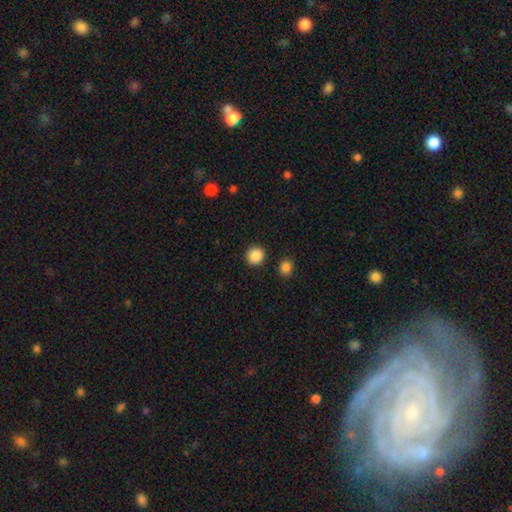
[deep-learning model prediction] This appears to be a smooth galaxy with no disk features (88%) that is round (90%). Merging: none (90%).